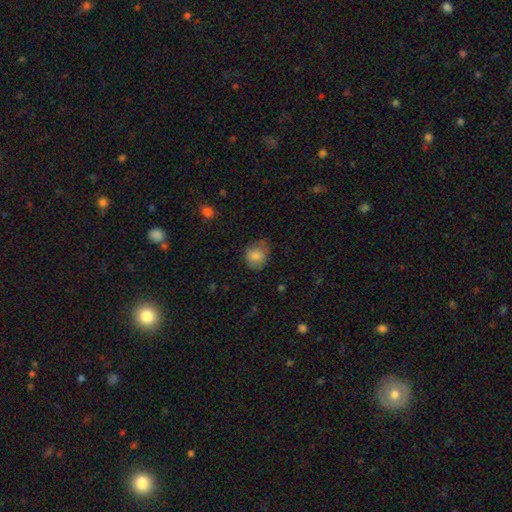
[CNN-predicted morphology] Q: Smooth or featured?
A: smooth (80%); runner-up: featured or disk (11%)
Q: How rounded?
A: round (67%); runner-up: in between (32%)
Q: Merging?
A: none (63%); runner-up: minor disturbance (28%)